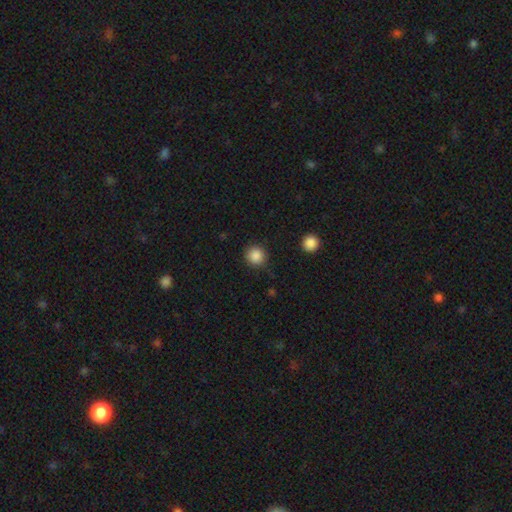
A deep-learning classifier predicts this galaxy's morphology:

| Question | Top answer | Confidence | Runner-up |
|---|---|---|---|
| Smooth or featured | smooth | 87% | star or artifact (10%) |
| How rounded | round | 93% | in between (6%) |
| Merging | none | 88% | minor disturbance (8%) |